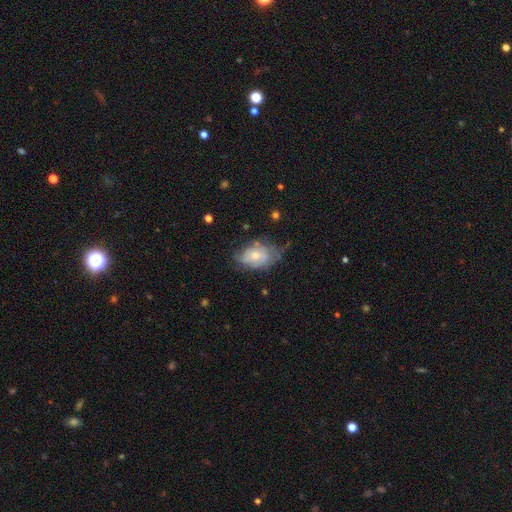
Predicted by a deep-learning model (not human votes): Smooth or featured?
  - featured or disk: 51% *
  - smooth: 42%
  - star or artifact: 7%
Edge-on disk?
  - no: 95% *
  - yes: 5%
Merging?
  - none: 46% *
  - minor disturbance: 34%
  - major disturbance: 17%
  - merger: 2%